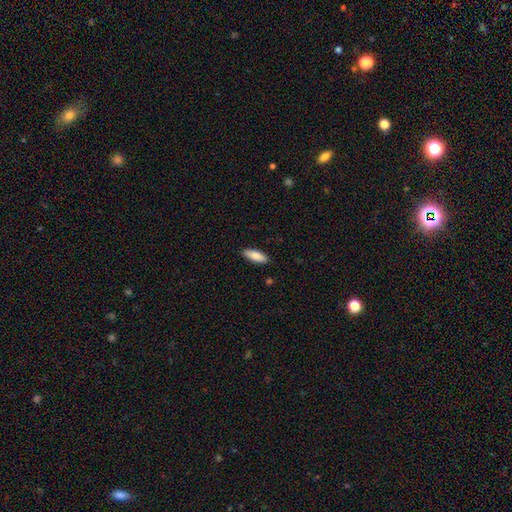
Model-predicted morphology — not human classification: Q: Smooth or featured?
A: smooth (82%); runner-up: featured or disk (12%)
Q: How rounded?
A: in between (63%); runner-up: cigar-shaped (35%)
Q: Merging?
A: none (88%); runner-up: minor disturbance (9%)